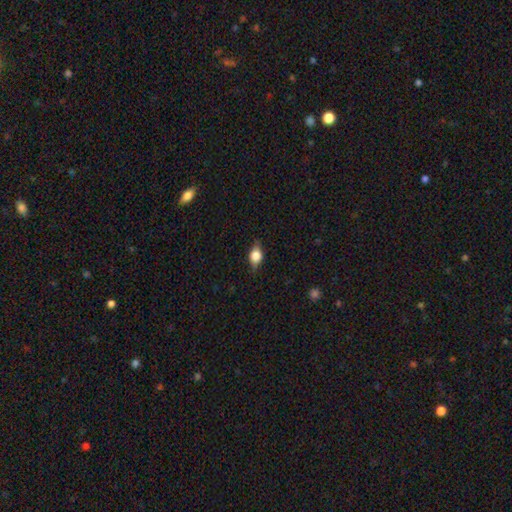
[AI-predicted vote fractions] This appears to be a smooth galaxy with no disk features (57%) that is in between round and cigar-shaped (65%). Merging: none (78%).